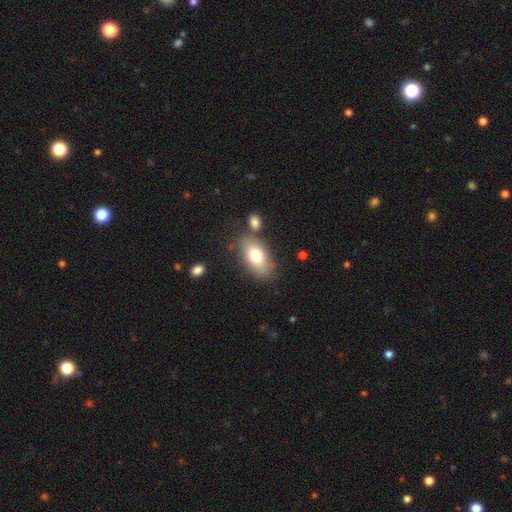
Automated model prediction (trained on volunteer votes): Smooth or featured: smooth — 73% (featured or disk — 19%)
How rounded: in between — 88% (round — 8%)
Merging: none — 74% (minor disturbance — 13%)